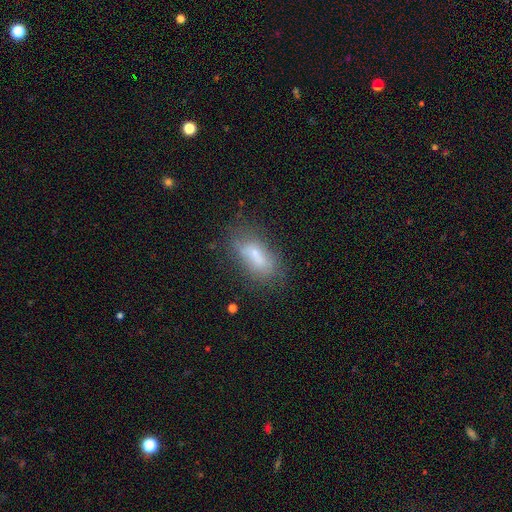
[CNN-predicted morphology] A smooth galaxy with no disk features (59%) that is in between round and cigar-shaped (81%). Merging: none (54%).